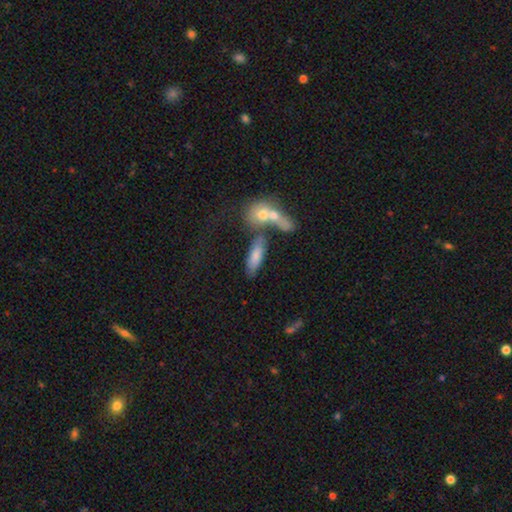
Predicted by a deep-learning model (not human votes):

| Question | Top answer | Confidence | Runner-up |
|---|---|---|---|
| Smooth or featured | smooth | 73% | featured or disk (19%) |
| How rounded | in between | 59% | cigar-shaped (37%) |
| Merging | none | 54% | merger (24%) |